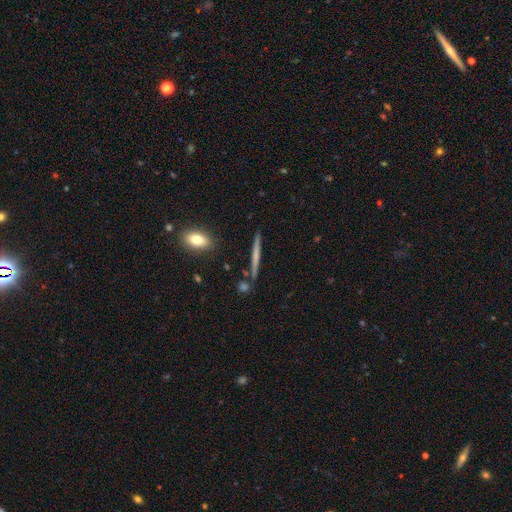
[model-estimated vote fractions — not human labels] Smooth or featured? Predicted: featured or disk (p=0.49). Merging? Predicted: none (p=0.88).